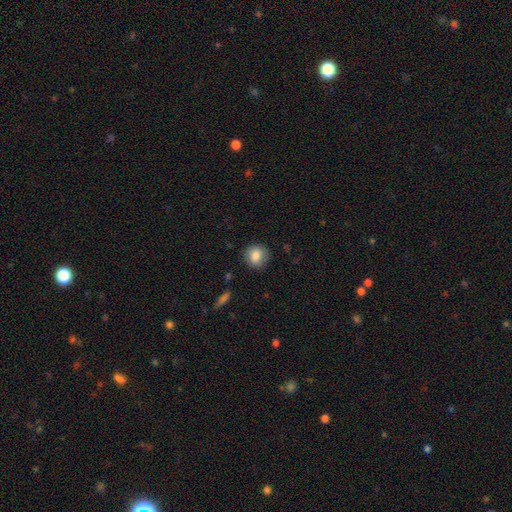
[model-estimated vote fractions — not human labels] This is clearly a smooth galaxy (83%). How rounded: clearly round (82%). Merging: clearly none (84%).